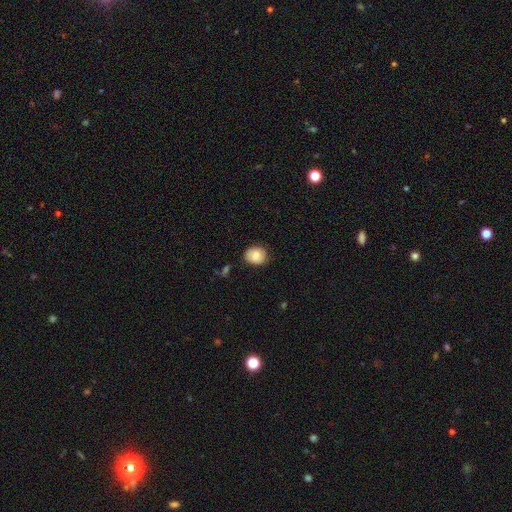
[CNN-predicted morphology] Smooth or featured: smooth — 81% (featured or disk — 11%)
How rounded: round — 67% (in between — 32%)
Merging: none — 79% (minor disturbance — 16%)